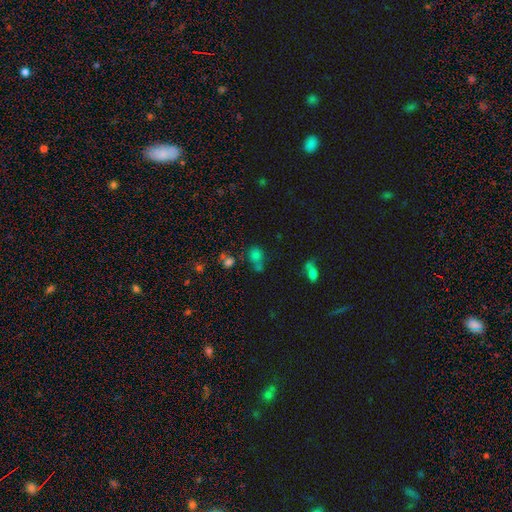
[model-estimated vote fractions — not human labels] smooth_or_featured: smooth (p=0.69) [alt: star or artifact p=0.22]
how_rounded: round (p=0.54) [alt: in between p=0.44]
merging: none (p=0.45) [alt: merger p=0.30]